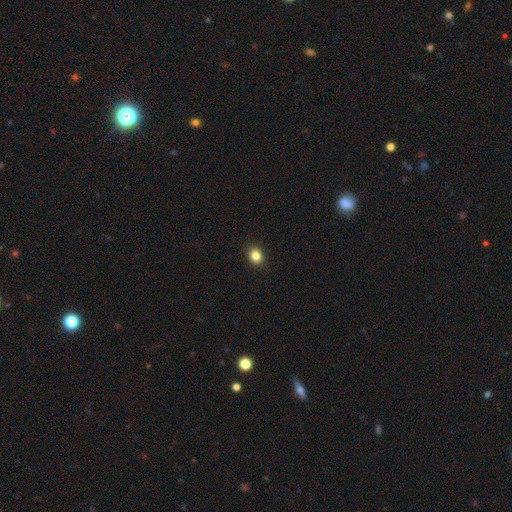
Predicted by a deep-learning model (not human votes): Smooth or featured? smooth (84%)
How rounded? round (65%)
Merging? none (91%)